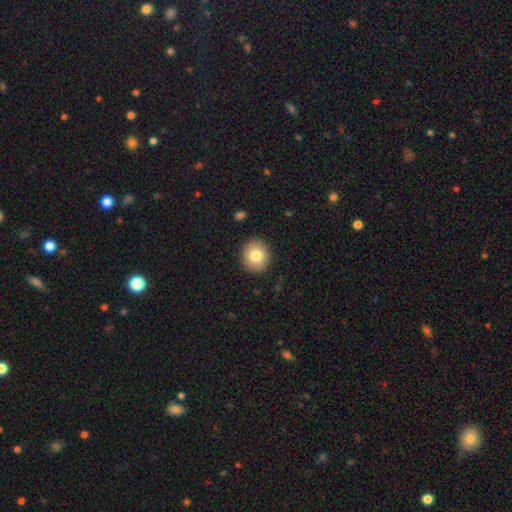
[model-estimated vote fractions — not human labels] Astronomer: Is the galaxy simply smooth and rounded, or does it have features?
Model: smooth — 80%.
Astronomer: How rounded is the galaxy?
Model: round — 83%.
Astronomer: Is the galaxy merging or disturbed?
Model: none — 91%.